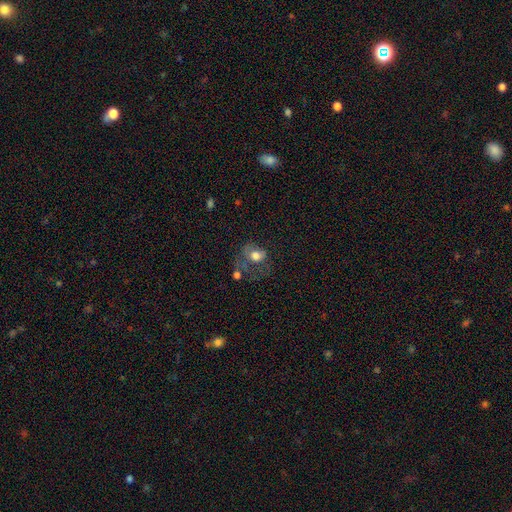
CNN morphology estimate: This appears to be a smooth galaxy with no disk features (61%) that is round (51%). Merging: major disturbance (45%).